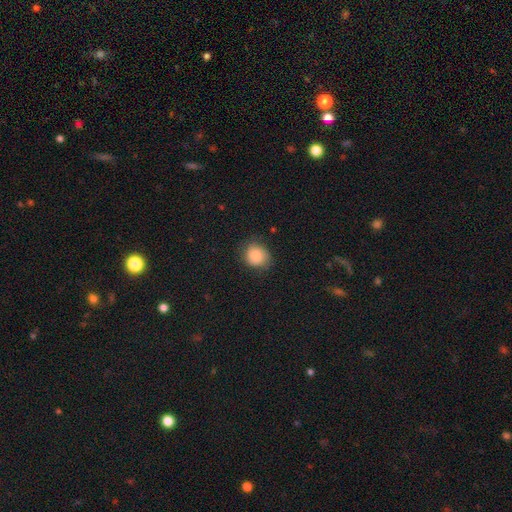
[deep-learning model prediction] Smooth or featured?
  - smooth: 82% *
  - featured or disk: 9%
  - star or artifact: 8%
How rounded?
  - round: 76% *
  - in between: 23%
  - cigar-shaped: 1%
Merging?
  - none: 72% *
  - minor disturbance: 22%
  - major disturbance: 5%
  - merger: 1%